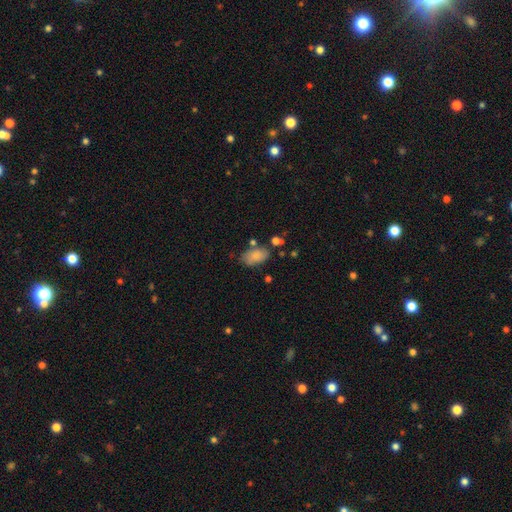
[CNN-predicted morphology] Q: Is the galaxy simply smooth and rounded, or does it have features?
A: smooth — 81%.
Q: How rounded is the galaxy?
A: in between — 92%.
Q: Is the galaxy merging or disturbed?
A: none — 65%.